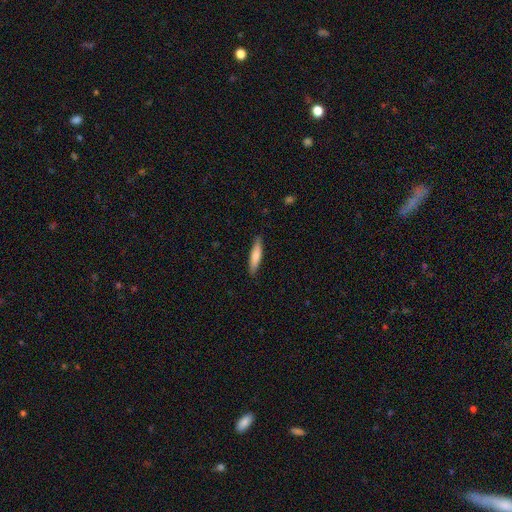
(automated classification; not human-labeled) smooth-or-featured: smooth: 71% | featured or disk: 23% | star or artifact: 5%
  how-rounded: cigar-shaped: 81% | in between: 18% | round: 1%
  merging: none: 88% | minor disturbance: 9% | major disturbance: 2% | merger: 1%